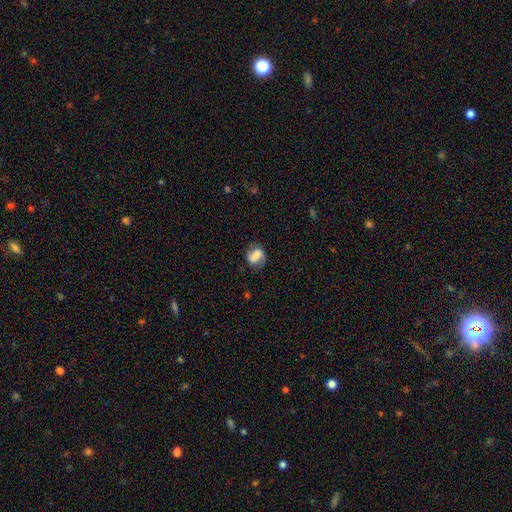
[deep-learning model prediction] smooth 47%, featured or disk 44%, star or artifact 9%. Down the decision tree: merging — none (72%).